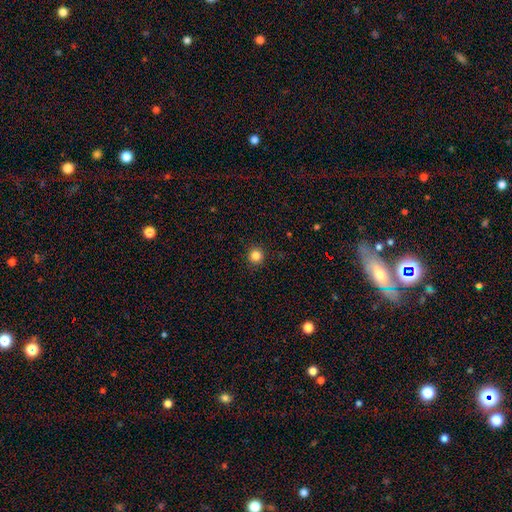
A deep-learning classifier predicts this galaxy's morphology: Smooth or featured? Predicted: smooth (p=0.84). How rounded? Predicted: round (p=0.95). Merging? Predicted: none (p=0.92).